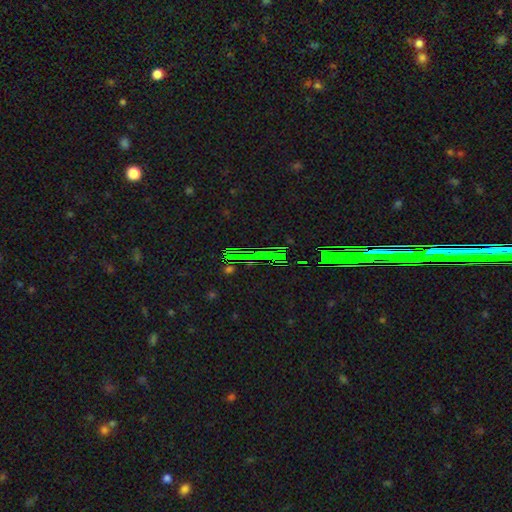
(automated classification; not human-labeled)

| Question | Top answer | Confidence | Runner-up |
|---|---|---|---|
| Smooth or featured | star or artifact | 76% | featured or disk (13%) |